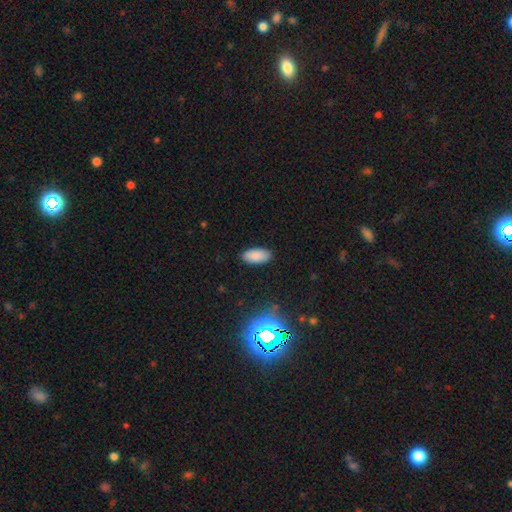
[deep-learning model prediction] smooth-or-featured: smooth: 86% | star or artifact: 9% | featured or disk: 4%
  how-rounded: in between: 92% | cigar-shaped: 6% | round: 2%
  merging: none: 89% | minor disturbance: 8% | major disturbance: 2% | merger: 1%